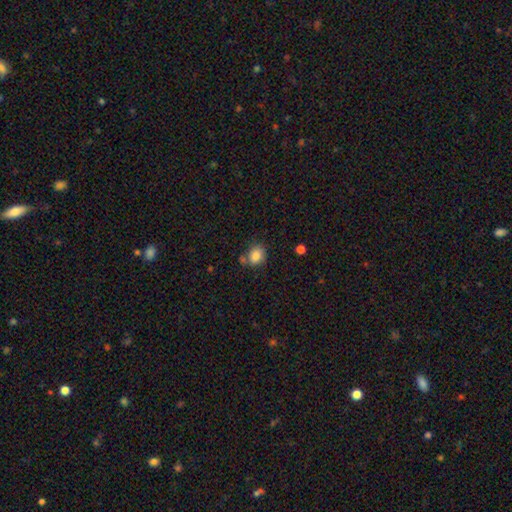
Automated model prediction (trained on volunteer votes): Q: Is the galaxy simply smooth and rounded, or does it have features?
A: smooth — 84%.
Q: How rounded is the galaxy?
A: round — 51%.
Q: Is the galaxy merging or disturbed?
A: none — 63%.